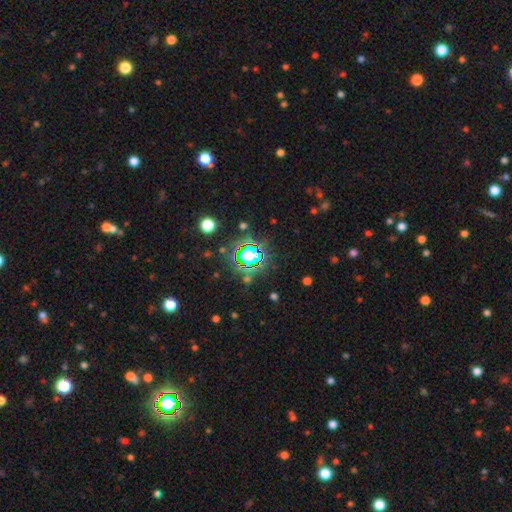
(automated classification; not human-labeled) Overall: star or artifact (67%).